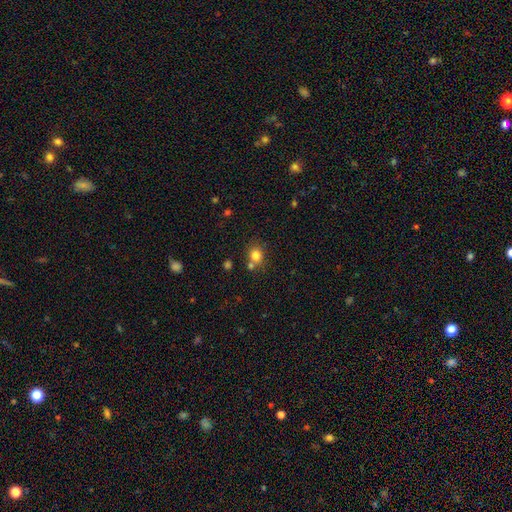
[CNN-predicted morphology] This appears to be a smooth galaxy with no disk features (80%) that is round (77%). Merging: none (63%).